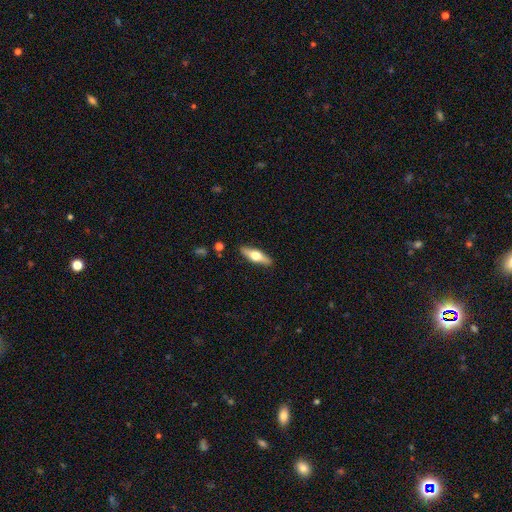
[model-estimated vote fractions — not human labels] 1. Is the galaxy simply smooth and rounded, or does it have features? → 48% featured or disk, 46% smooth, 6% star or artifact.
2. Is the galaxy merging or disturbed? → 88% none, 9% minor disturbance, 2% major disturbance, 2% merger.